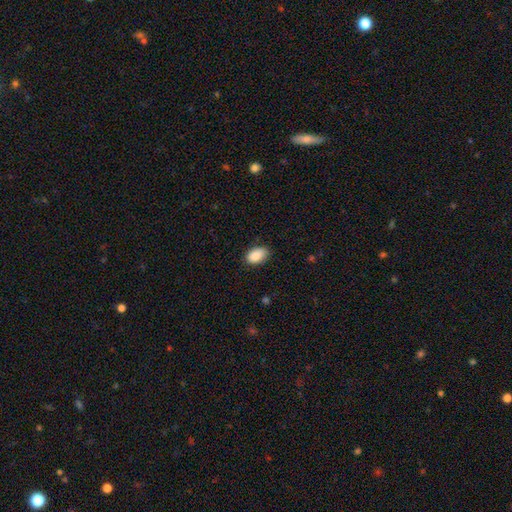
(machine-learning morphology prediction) Smooth or featured: smooth — 89% (star or artifact — 7%)
How rounded: in between — 92% (round — 7%)
Merging: none — 79% (minor disturbance — 17%)